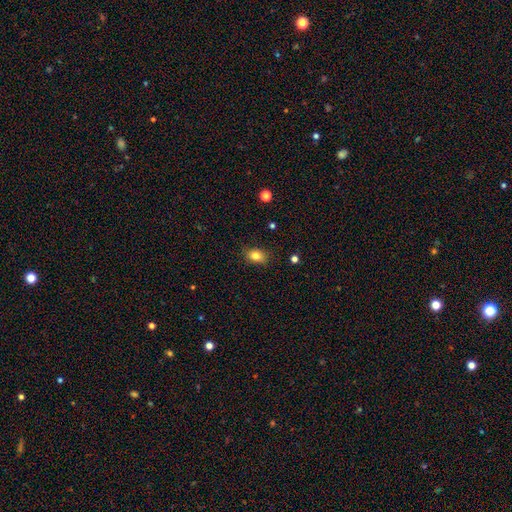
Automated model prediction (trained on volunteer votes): A smooth galaxy with no disk features (81%) that is in between round and cigar-shaped (74%).

Vote fractions:
- Smooth or featured? smooth: 81% / star or artifact: 10% / featured or disk: 8%
- How rounded? in between: 74% / round: 25% / cigar-shaped: 1%
- Merging? none: 85% / minor disturbance: 12% / major disturbance: 2% / merger: 1%